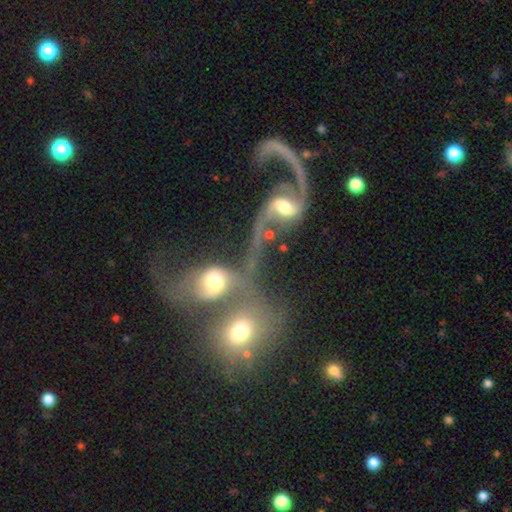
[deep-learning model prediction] smooth_or_featured: featured or disk (p=0.71) [alt: smooth p=0.18]
disk_edge_on: no (p=0.95) [alt: yes p=0.05]
bar: no (p=0.48) [alt: weak p=0.35]
has_spiral_arms: yes (p=0.87) [alt: no p=0.13]
spiral_winding: loose (p=0.83) [alt: medium p=0.14]
spiral_arm_count: 2 (p=0.85) [alt: 1 p=0.09]
bulge_size: moderate (p=0.54) [alt: small p=0.26]
merging: merger (p=0.59) [alt: none p=0.17]